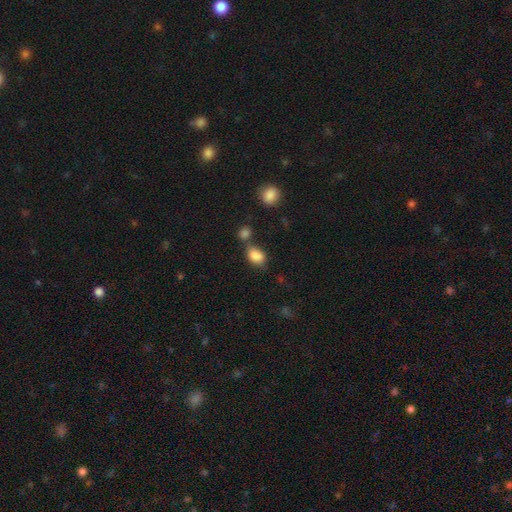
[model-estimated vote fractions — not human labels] Smooth or featured: smooth — 86% (star or artifact — 9%)
How rounded: in between — 79% (round — 20%)
Merging: none — 52% (merger — 26%)